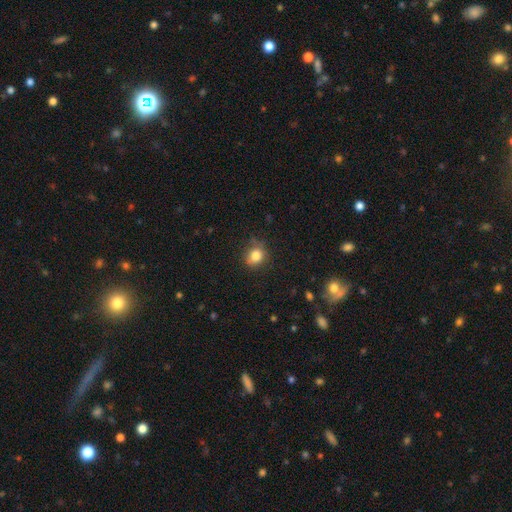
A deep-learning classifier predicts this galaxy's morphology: Smooth or featured? smooth (82%)
How rounded? round (73%)
Merging? none (75%)